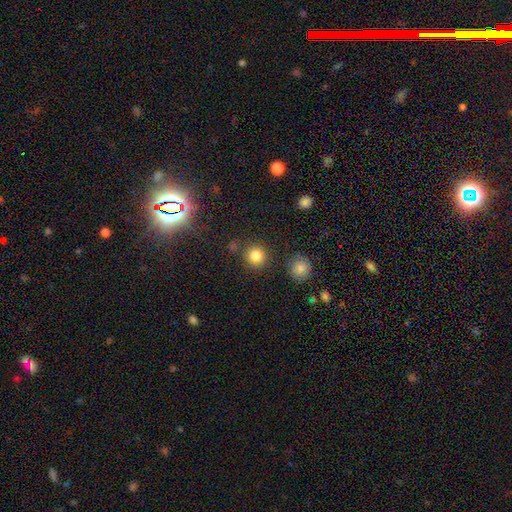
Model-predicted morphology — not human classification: smooth_or_featured: smooth (p=0.83) [alt: star or artifact p=0.12]
how_rounded: round (p=0.93) [alt: in between p=0.06]
merging: none (p=0.84) [alt: minor disturbance p=0.07]